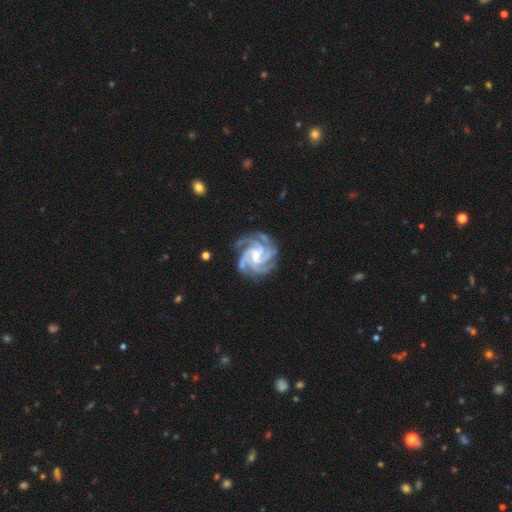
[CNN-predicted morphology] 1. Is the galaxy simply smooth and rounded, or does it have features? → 93% featured or disk, 4% star or artifact, 3% smooth.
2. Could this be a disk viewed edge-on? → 98% no, 2% yes.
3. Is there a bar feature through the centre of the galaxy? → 46% weak, 37% no, 17% strong.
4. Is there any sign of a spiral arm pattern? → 99% yes, 1% no.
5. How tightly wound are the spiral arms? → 65% tight, 32% medium, 3% loose.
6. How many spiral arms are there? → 44% 4, 18% 3, 17% more than 4, 8% can't tell, 7% 2, 6% 1.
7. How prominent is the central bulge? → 50% small, 40% moderate, 6% none, 3% large, 1% dominant.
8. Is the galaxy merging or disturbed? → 81% none, 13% minor disturbance, 4% major disturbance, 1% merger.